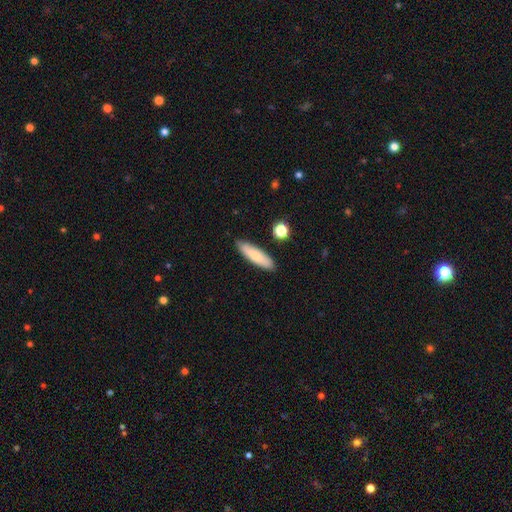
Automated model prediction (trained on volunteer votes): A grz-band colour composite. It shows a smooth galaxy with no disk features (75%) that is cigar-shaped (64%). Merging: none (86%).